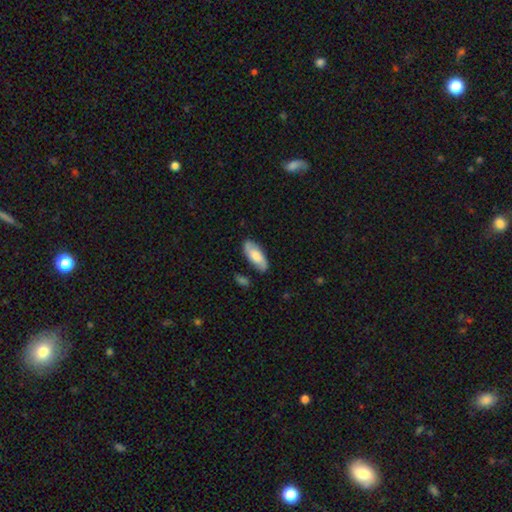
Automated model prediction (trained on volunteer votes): smooth 63%, featured or disk 31%, star or artifact 6%. Down the decision tree: how rounded — in between (83%); merging — none (79%).